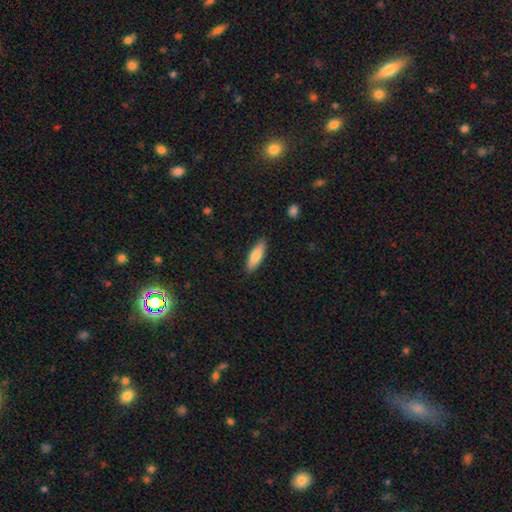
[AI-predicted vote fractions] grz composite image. It shows a smooth galaxy with no disk features (81%) that is cigar-shaped (49%, tied with in between). Merging: none (87%).